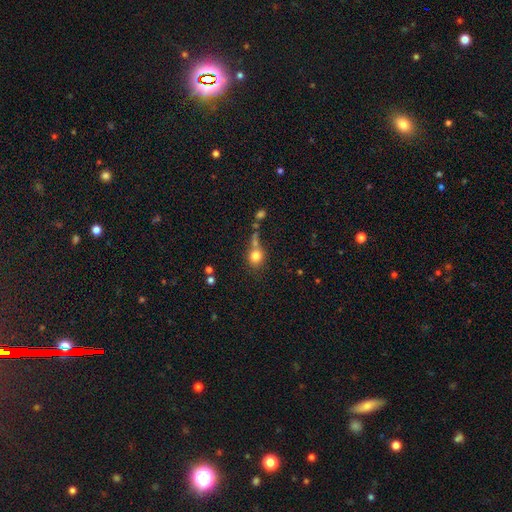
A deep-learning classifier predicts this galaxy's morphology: Smooth or featured? smooth (78%)
How rounded? round (75%)
Merging? none (48%)